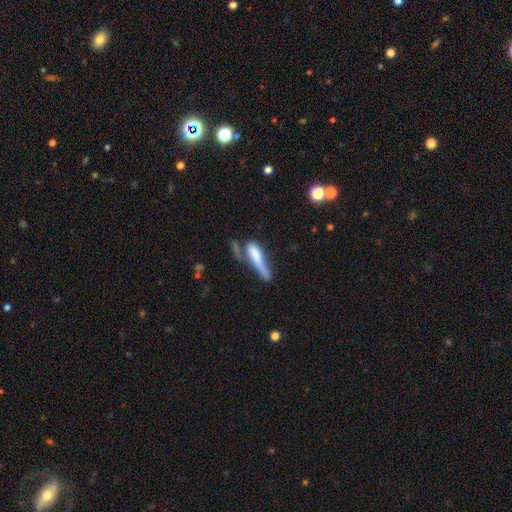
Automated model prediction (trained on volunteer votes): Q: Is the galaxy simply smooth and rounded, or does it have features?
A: smooth — 64%.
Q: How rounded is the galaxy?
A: cigar-shaped — 75%.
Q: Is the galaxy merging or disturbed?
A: major disturbance — 29%.